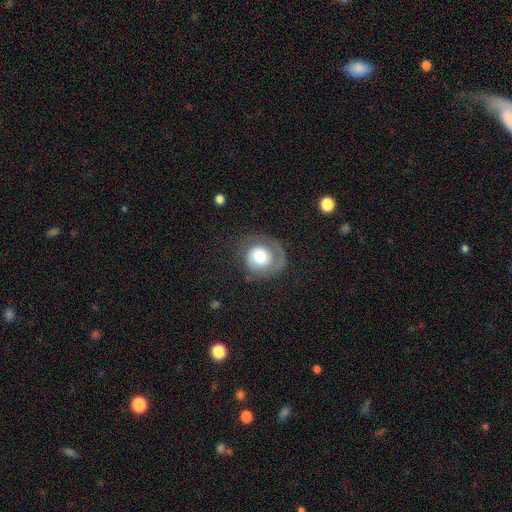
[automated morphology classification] Smooth or featured?
  - featured or disk: 68% *
  - smooth: 25%
  - star or artifact: 7%
Edge-on disk?
  - no: 97% *
  - yes: 3%
Bar?
  - no: 75% *
  - weak: 21%
  - strong: 4%
Spiral arms?
  - yes: 86% *
  - no: 14%
Spiral winding?
  - tight: 59% *
  - medium: 28%
  - loose: 12%
Spiral arm count?
  - 1: 69% *
  - 2: 19%
  - can't tell: 8%
  - 3: 2%
  - 4: 1%
  - more than 4: 1%
Bulge size?
  - moderate: 55% *
  - large: 31%
  - small: 10%
  - dominant: 3%
  - none: 2%
Merging?
  - none: 66% *
  - minor disturbance: 18%
  - major disturbance: 15%
  - merger: 2%